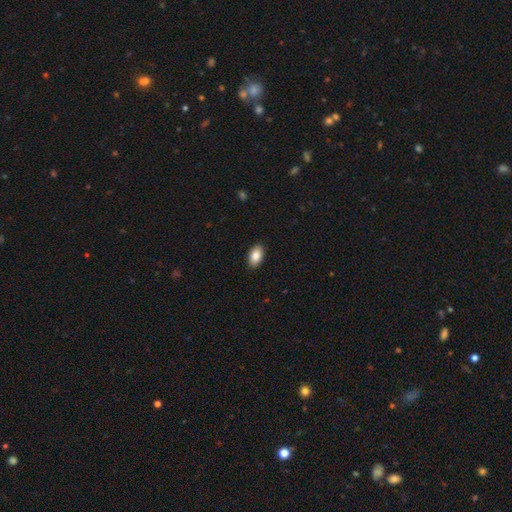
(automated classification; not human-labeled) Q: Smooth or featured?
A: smooth (87%); runner-up: star or artifact (7%)
Q: How rounded?
A: in between (93%); runner-up: round (5%)
Q: Merging?
A: none (90%); runner-up: minor disturbance (8%)